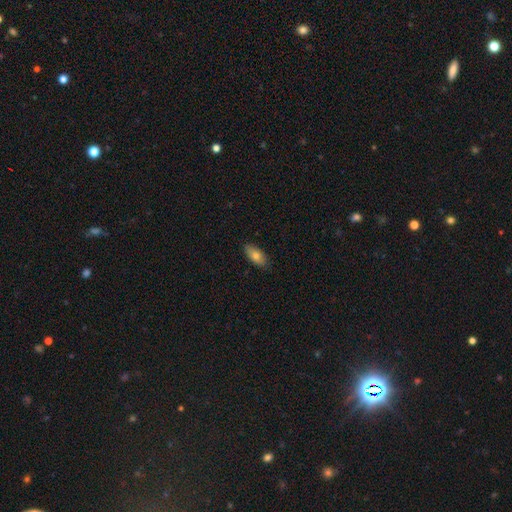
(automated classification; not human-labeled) Smooth or featured? Predicted: smooth (p=0.74). How rounded? Predicted: in between (p=0.88). Merging? Predicted: none (p=0.86).